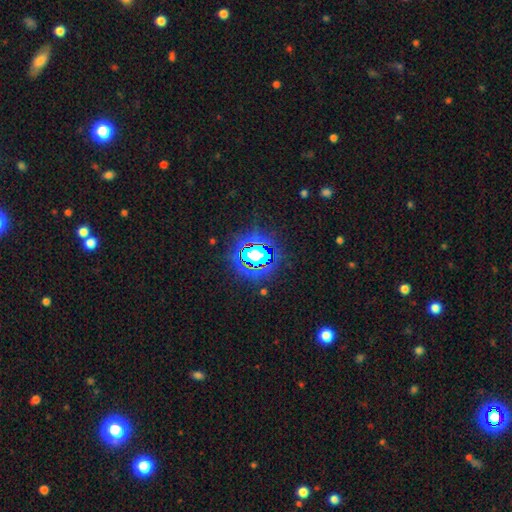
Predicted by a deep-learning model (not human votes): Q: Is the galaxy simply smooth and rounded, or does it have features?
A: star or artifact — 81%.